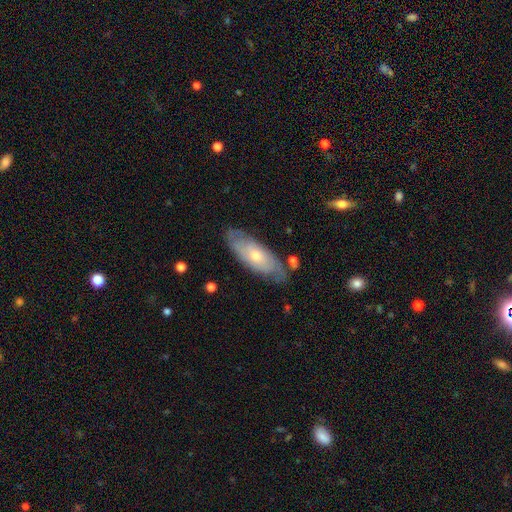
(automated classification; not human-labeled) Morphology: type=featured or disk (55%); edge-on=no (79%); merging=none (75%).